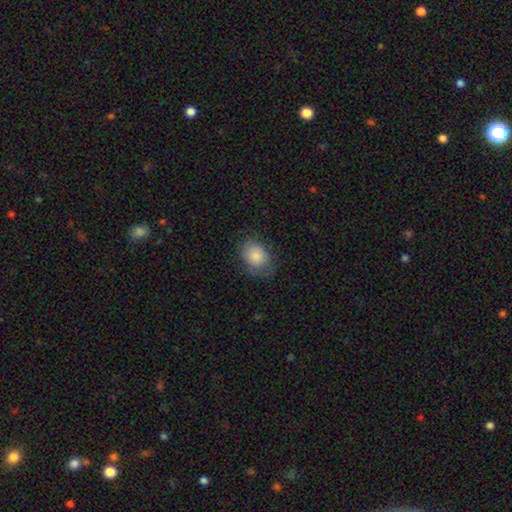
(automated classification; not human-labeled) smooth-or-featured: smooth: 84% | featured or disk: 9% | star or artifact: 7%
  how-rounded: in between: 67% | round: 32% | cigar-shaped: 1%
  merging: none: 65% | minor disturbance: 25% | major disturbance: 9% | merger: 1%